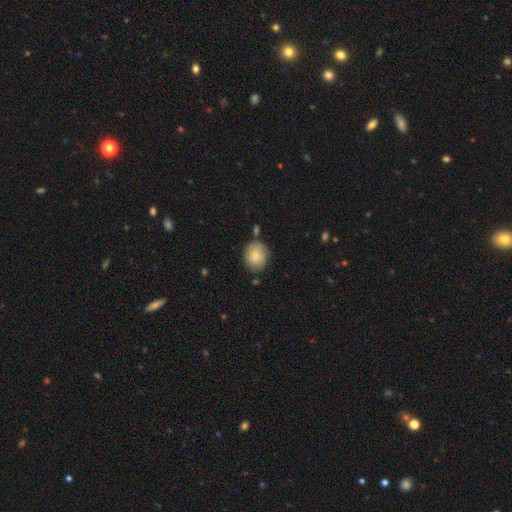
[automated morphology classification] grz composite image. It shows a smooth galaxy with no disk features (82%) that is round (78%). Merging: none (74%).